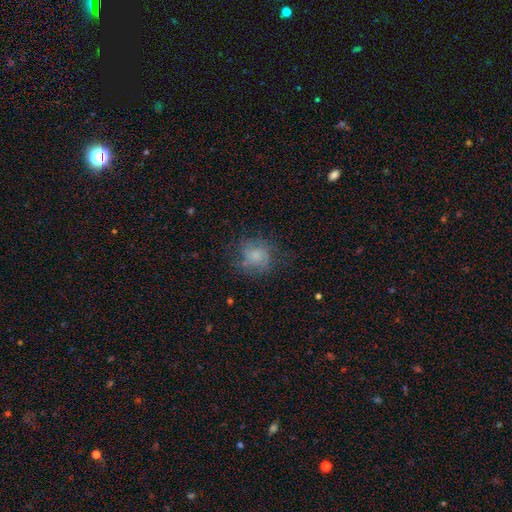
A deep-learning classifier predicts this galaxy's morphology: type=smooth (59%); roundness=round (76%); merging=none (61%).